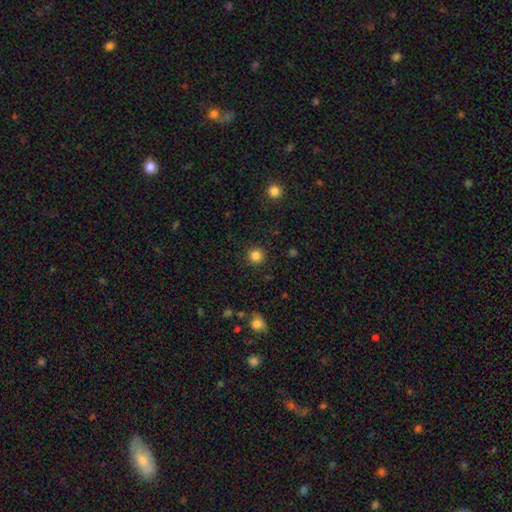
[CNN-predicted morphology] Smooth or featured?
  - smooth: 84% *
  - star or artifact: 12%
  - featured or disk: 4%
How rounded?
  - round: 95% *
  - in between: 5%
  - cigar-shaped: 1%
Merging?
  - none: 91% *
  - minor disturbance: 5%
  - major disturbance: 2%
  - merger: 1%